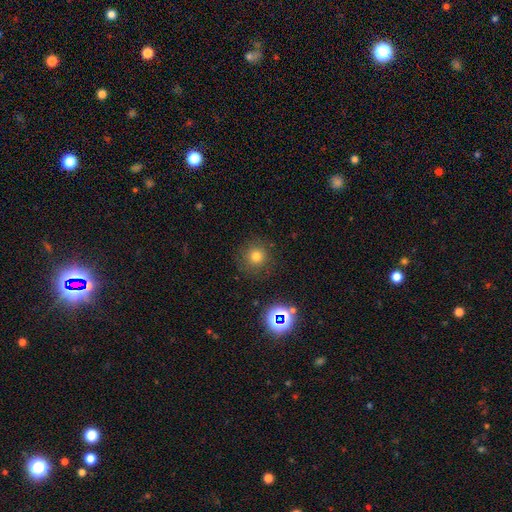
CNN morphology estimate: A smooth galaxy with no disk features (74%) that is round (94%). Merging: none (86%).